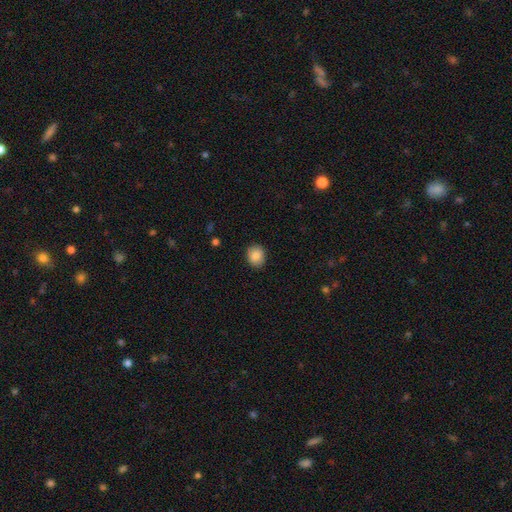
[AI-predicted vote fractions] Morphology: type=smooth (87%); roundness=round (68%); merging=none (89%).